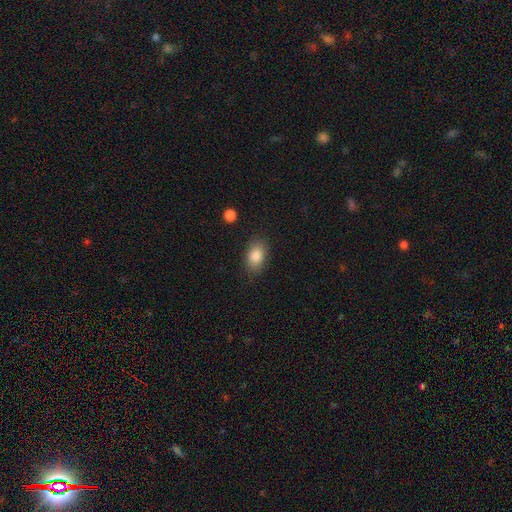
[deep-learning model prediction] Smooth or featured? Predicted: smooth (p=0.86). How rounded? Predicted: in between (p=0.87). Merging? Predicted: none (p=0.82).